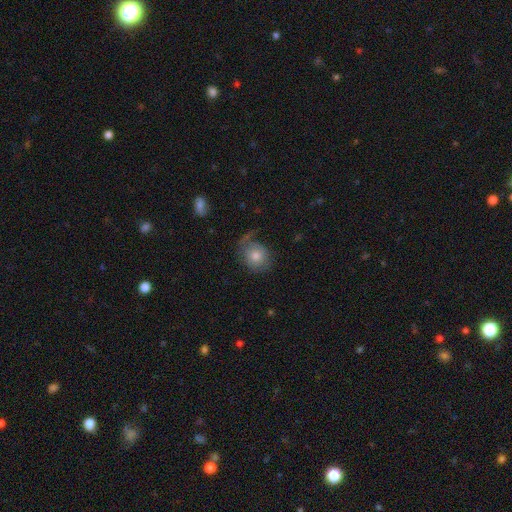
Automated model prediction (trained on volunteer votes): smooth-or-featured: smooth: 63% | featured or disk: 28% | star or artifact: 9%
  how-rounded: round: 72% | in between: 27% | cigar-shaped: 1%
  merging: none: 52% | minor disturbance: 24% | major disturbance: 21% | merger: 3%